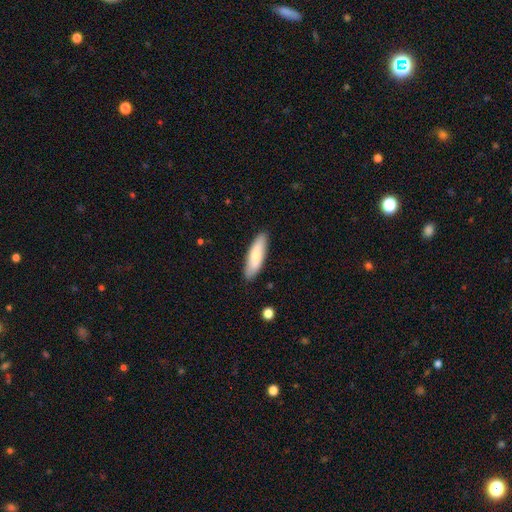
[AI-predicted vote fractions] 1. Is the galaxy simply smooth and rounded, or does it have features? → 78% smooth, 17% featured or disk, 5% star or artifact.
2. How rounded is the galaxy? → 61% cigar-shaped, 38% in between, 2% round.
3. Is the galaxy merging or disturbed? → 88% none, 9% minor disturbance, 2% major disturbance, 1% merger.